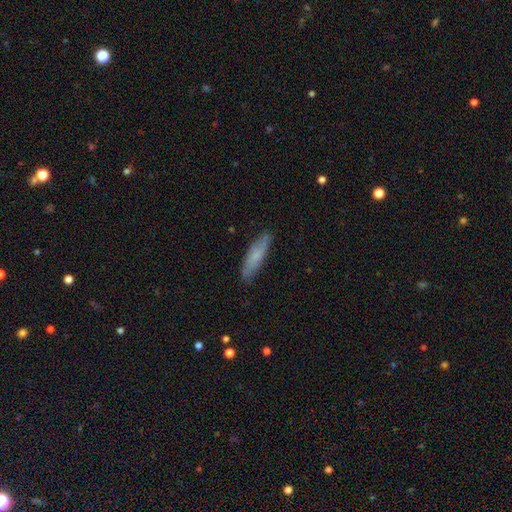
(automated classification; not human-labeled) Smooth or featured? Predicted: smooth (p=0.69). How rounded? Predicted: cigar-shaped (p=0.74). Merging? Predicted: none (p=0.84).